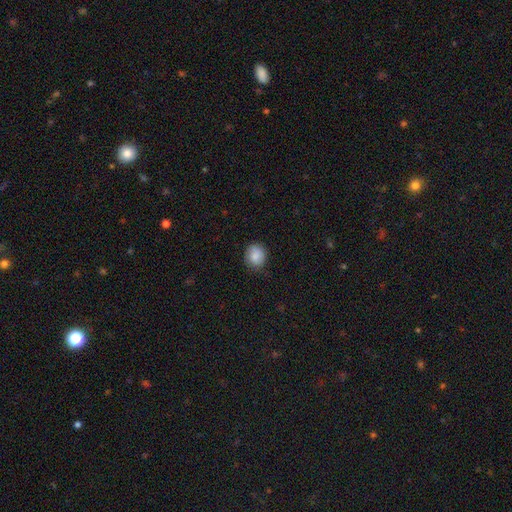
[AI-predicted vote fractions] This is clearly a smooth galaxy (84%). How rounded: likely round (76%). Merging: clearly none (82%).